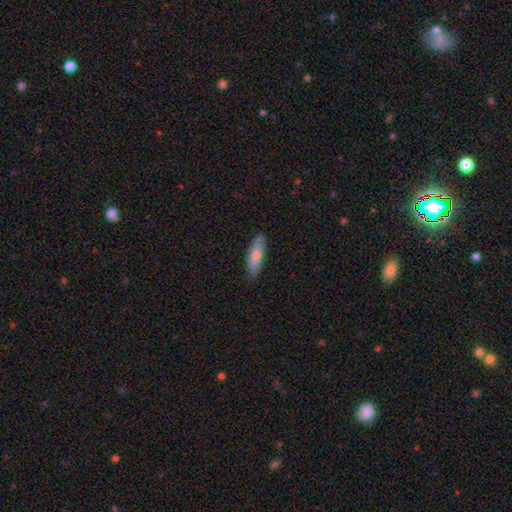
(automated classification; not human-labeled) Smooth or featured?
  - smooth: 68% *
  - featured or disk: 26%
  - star or artifact: 6%
How rounded?
  - cigar-shaped: 62% *
  - in between: 36%
  - round: 2%
Merging?
  - none: 83% *
  - minor disturbance: 14%
  - major disturbance: 2%
  - merger: 1%